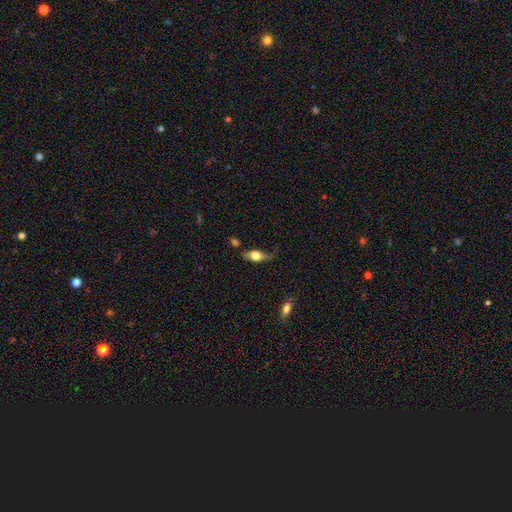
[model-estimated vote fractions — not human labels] Smooth or featured?
  - smooth: 61% *
  - featured or disk: 32%
  - star or artifact: 7%
How rounded?
  - in between: 72% *
  - cigar-shaped: 21%
  - round: 6%
Merging?
  - none: 60% *
  - minor disturbance: 28%
  - major disturbance: 9%
  - merger: 3%